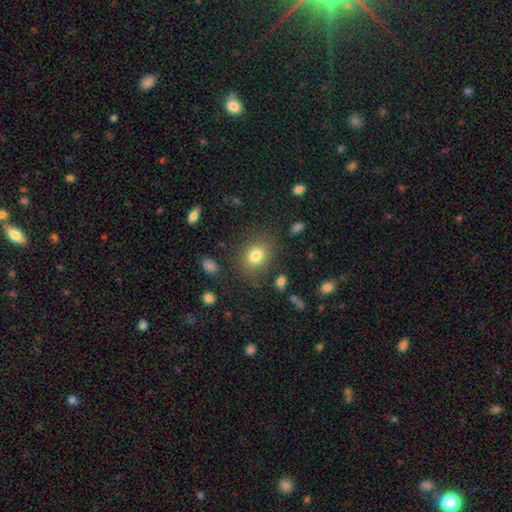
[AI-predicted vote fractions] smooth 78%, star or artifact 13%, featured or disk 9%. Down the decision tree: how rounded — round (60%); merging — none (80%).